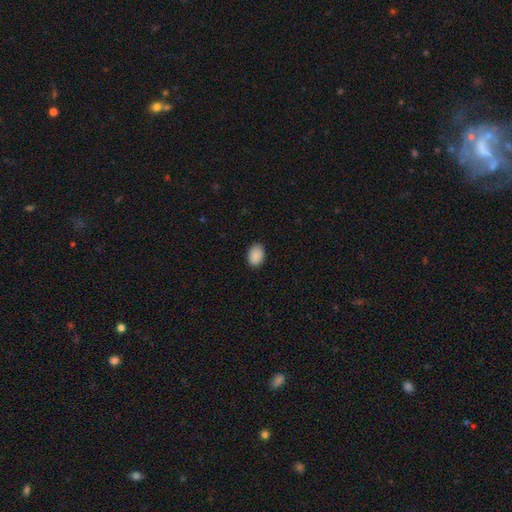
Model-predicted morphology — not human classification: smooth 90%, star or artifact 7%, featured or disk 3%. Down the decision tree: how rounded — in between (80%); merging — none (88%).